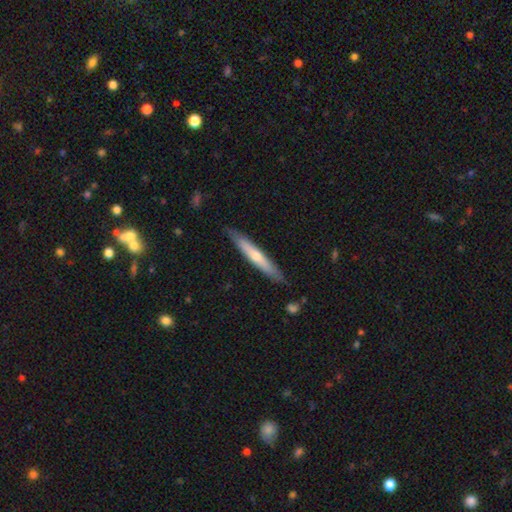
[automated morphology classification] The model was most divided on "smooth or featured": featured or disk: 54%, smooth: 40%, star or artifact: 6%. More confident: edge-on disk — yes (91%); merging — none (87%).